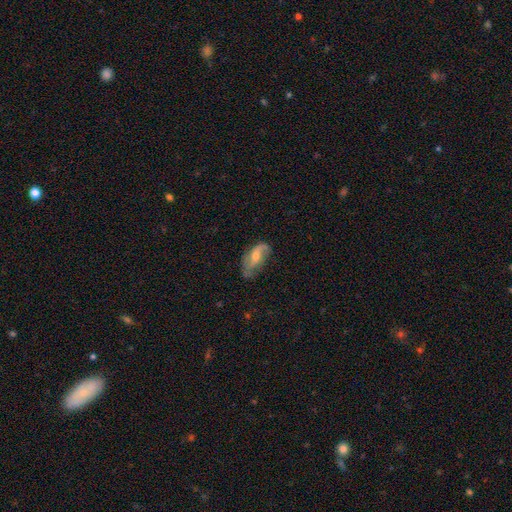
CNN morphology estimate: type=featured or disk (70%); edge-on=no (92%); bar=no (45%); spiral arms=yes (87%); winding=loose (51%); arm count=2 (77%); bulge=moderate (53%); merging=none (61%).